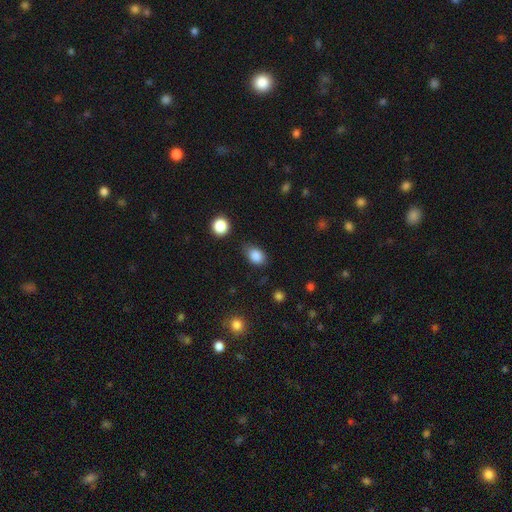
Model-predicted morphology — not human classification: A smooth galaxy with no disk features (86%) that is in between round and cigar-shaped (77%).

Vote fractions:
- Smooth or featured? smooth: 86% / star or artifact: 9% / featured or disk: 5%
- How rounded? in between: 77% / round: 21% / cigar-shaped: 1%
- Merging? none: 75% / minor disturbance: 18% / major disturbance: 4% / merger: 2%